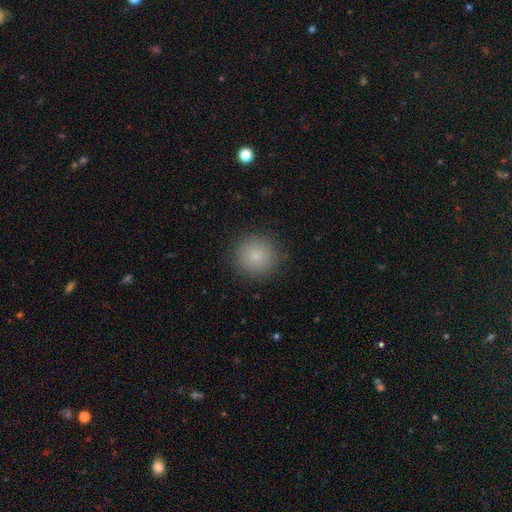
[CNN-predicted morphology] Q: Smooth or featured?
A: smooth (82%); runner-up: star or artifact (11%)
Q: How rounded?
A: round (94%); runner-up: in between (5%)
Q: Merging?
A: none (89%); runner-up: minor disturbance (7%)